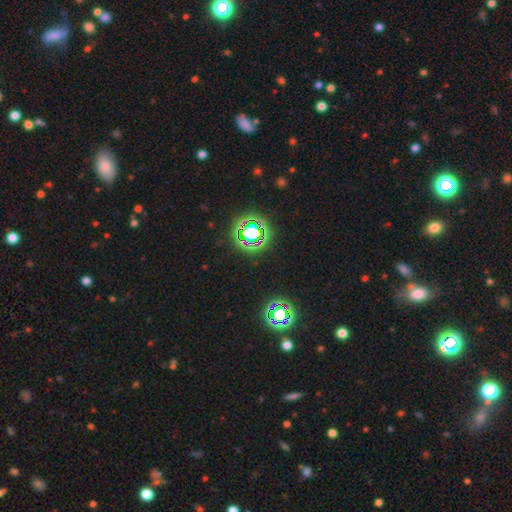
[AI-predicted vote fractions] smooth-or-featured: star or artifact: 77% | smooth: 16% | featured or disk: 7%